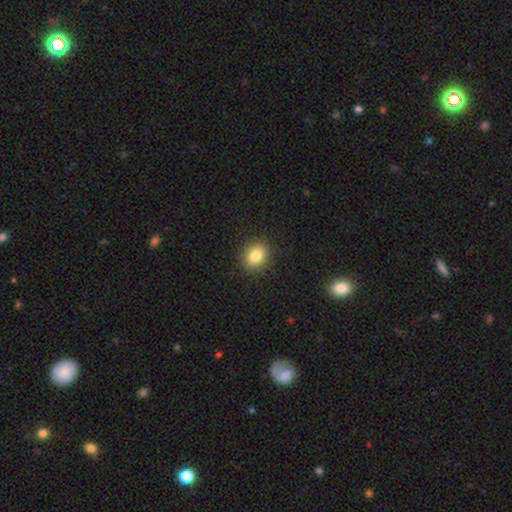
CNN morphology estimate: The model was most divided on "how rounded": round: 56%, in between: 43%, cigar-shaped: 1%. More confident: merging — none (89%); smooth or featured — smooth (83%).